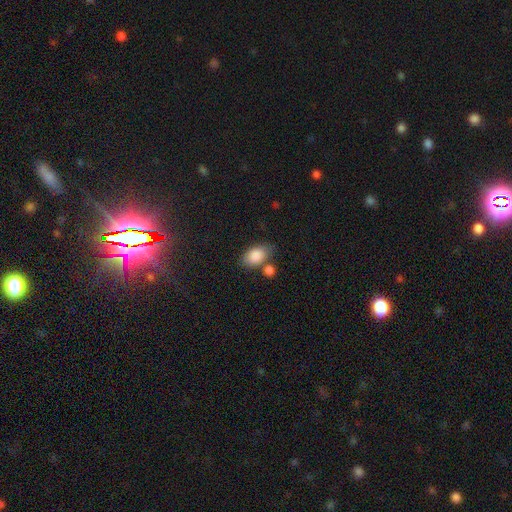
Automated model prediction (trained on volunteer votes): A smooth galaxy with no disk features (86%) that is in between round and cigar-shaped (86%). Merging: none (59%).